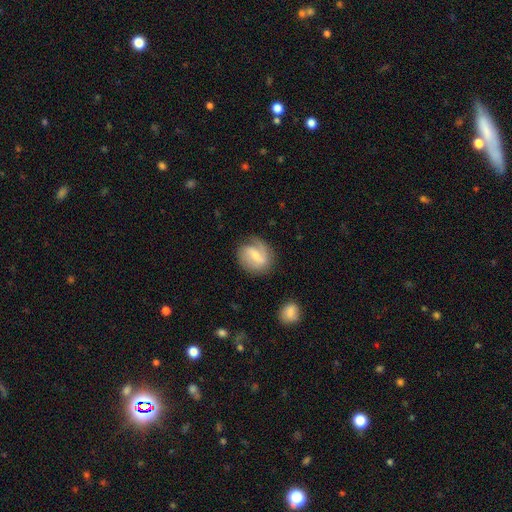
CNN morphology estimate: A featured or disk galaxy (66%) with a weak bar (51%), 2 (62%) medium (42%) spiral arms (88%) and a small central bulge (53%).

Vote fractions:
- Smooth or featured? featured or disk: 66% / smooth: 27% / star or artifact: 6%
- Edge-on disk? no: 97% / yes: 3%
- Bar? weak: 51% / strong: 31% / no: 19%
- Spiral arms? yes: 88% / no: 12%
- Spiral winding? medium: 42% / loose: 33% / tight: 25%
- Spiral arm count? 2: 62% / 1: 25% / can't tell: 9% / 3: 2% / 4: 1% / more than 4: 1%
- Bulge size? small: 53% / moderate: 38% / none: 5% / large: 3% / dominant: 1%
- Merging? none: 70% / minor disturbance: 20% / major disturbance: 8% / merger: 2%